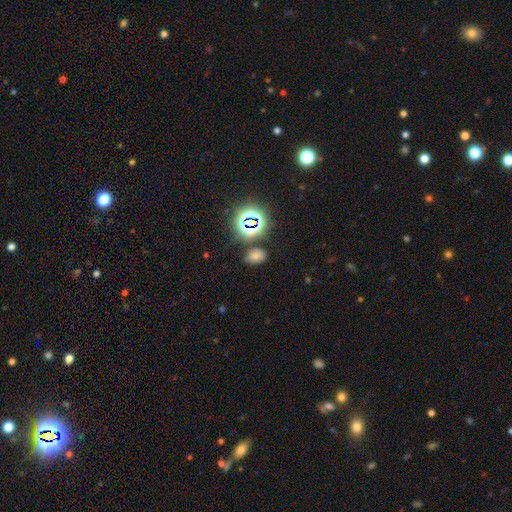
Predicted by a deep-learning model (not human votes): Smooth or featured?
  - smooth: 61% *
  - star or artifact: 32%
  - featured or disk: 7%
How rounded?
  - in between: 82% *
  - round: 16%
  - cigar-shaped: 2%
Merging?
  - none: 75% *
  - minor disturbance: 15%
  - merger: 5%
  - major disturbance: 5%